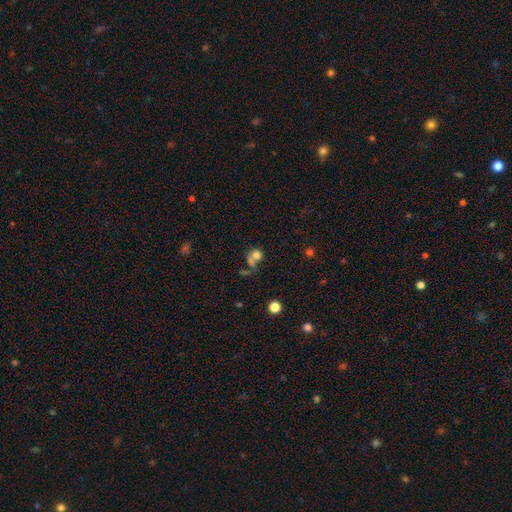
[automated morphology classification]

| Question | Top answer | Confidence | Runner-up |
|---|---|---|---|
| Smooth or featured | smooth | 72% | featured or disk (15%) |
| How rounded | round | 74% | in between (25%) |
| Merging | merger | 47% | none (31%) |